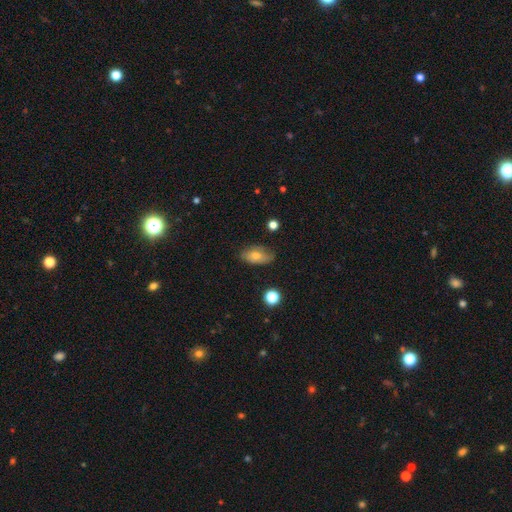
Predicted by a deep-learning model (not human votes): Smooth or featured: smooth — 64% (featured or disk — 26%)
How rounded: in between — 88% (round — 7%)
Merging: none — 71% (minor disturbance — 22%)